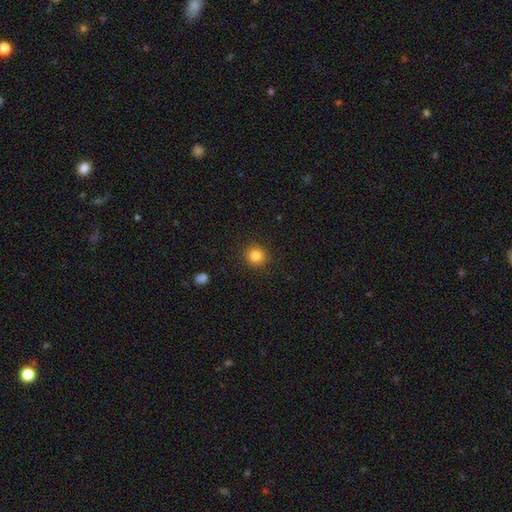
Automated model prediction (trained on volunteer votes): Morphology: type=smooth (84%); roundness=round (92%); merging=none (91%).